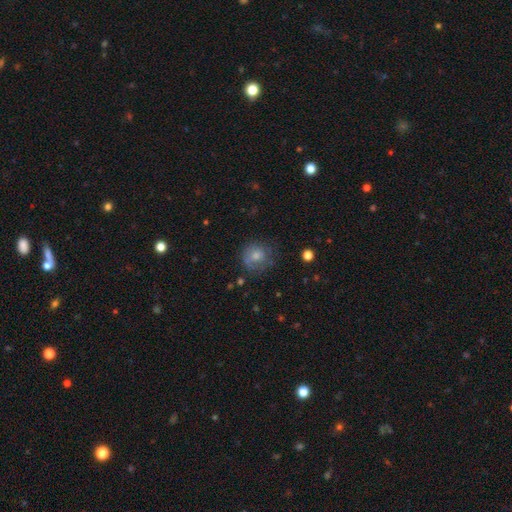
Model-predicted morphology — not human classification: smooth 67%, featured or disk 22%, star or artifact 10%. Down the decision tree: how rounded — round (83%); merging — none (59%).